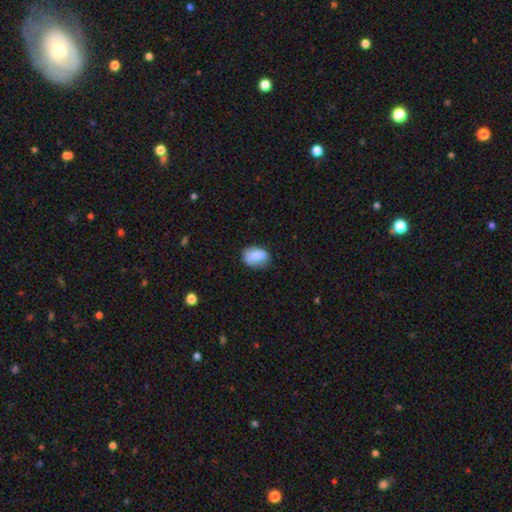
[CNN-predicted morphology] smooth-or-featured: smooth: 82% | featured or disk: 10% | star or artifact: 8%
  how-rounded: in between: 79% | round: 20% | cigar-shaped: 2%
  merging: none: 65% | minor disturbance: 26% | major disturbance: 7% | merger: 2%